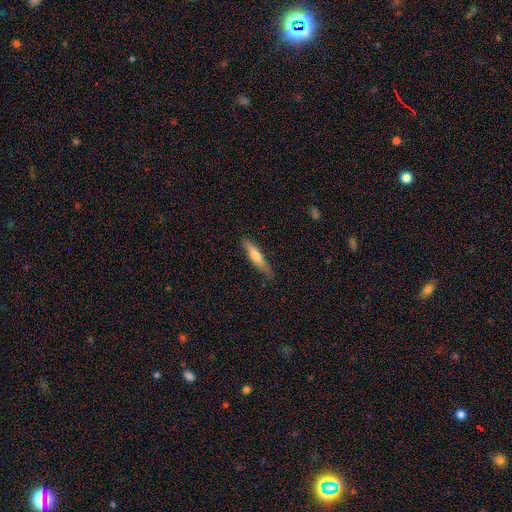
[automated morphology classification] smooth_or_featured: smooth (p=0.64) [alt: featured or disk p=0.30]
how_rounded: cigar-shaped (p=0.83) [alt: in between p=0.15]
merging: none (p=0.79) [alt: minor disturbance p=0.17]